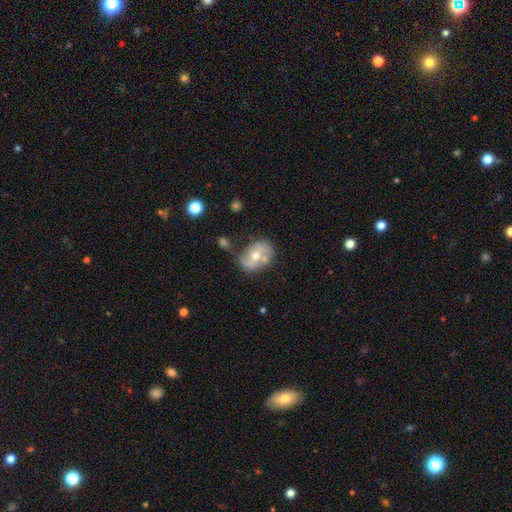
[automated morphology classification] featured or disk 59%, smooth 34%, star or artifact 7%. Down the decision tree: edge-on disk — no (95%); bar — no (54%); spiral arms — yes (65%); bulge size — moderate (69%); merging — none (55%).